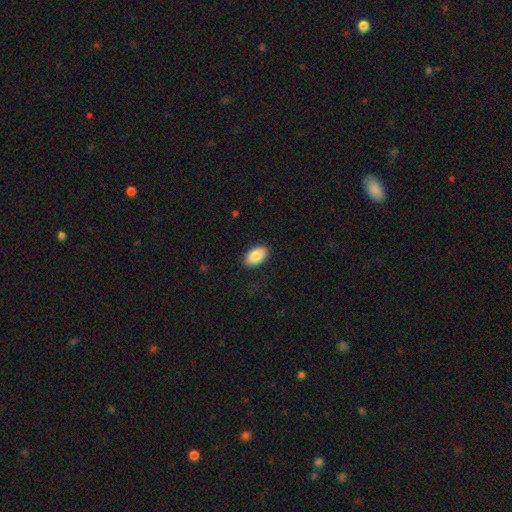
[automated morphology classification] Smooth or featured?
  - smooth: 86% *
  - featured or disk: 7%
  - star or artifact: 7%
How rounded?
  - in between: 92% *
  - round: 6%
  - cigar-shaped: 1%
Merging?
  - none: 85% *
  - minor disturbance: 11%
  - major disturbance: 3%
  - merger: 1%